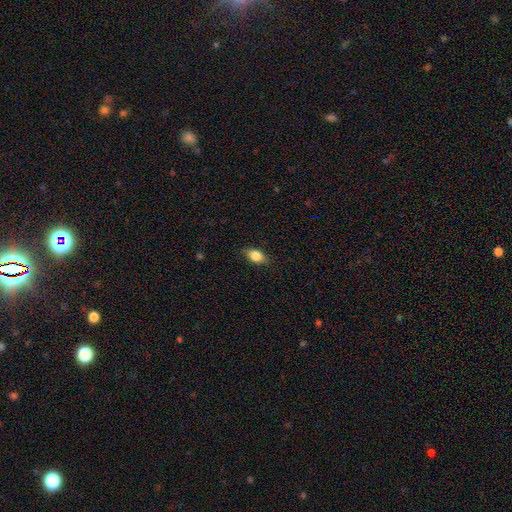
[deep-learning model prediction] smooth 83%, featured or disk 9%, star or artifact 8%. Down the decision tree: how rounded — in between (82%); merging — none (82%).